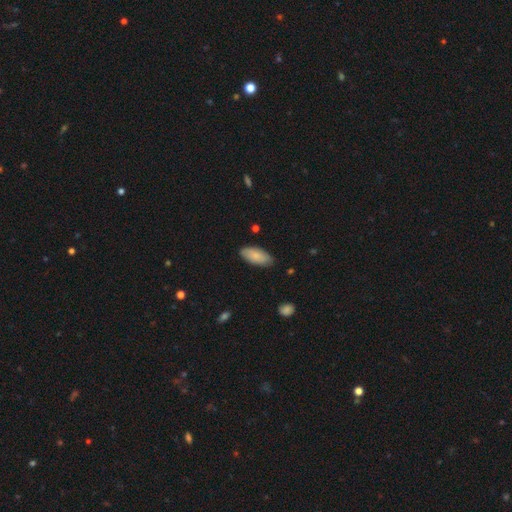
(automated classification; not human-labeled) Smooth or featured? Predicted: smooth (p=0.82). How rounded? Predicted: in between (p=0.89). Merging? Predicted: none (p=0.82).